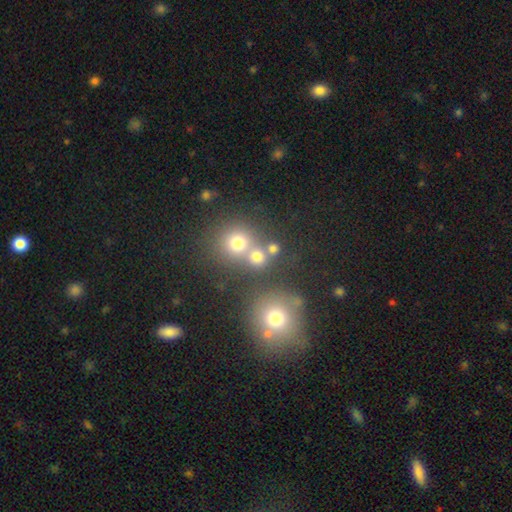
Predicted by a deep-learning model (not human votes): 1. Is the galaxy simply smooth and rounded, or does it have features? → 70% smooth, 19% star or artifact, 11% featured or disk.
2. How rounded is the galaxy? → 87% round, 12% in between, 1% cigar-shaped.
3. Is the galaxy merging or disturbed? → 55% none, 33% merger, 8% minor disturbance, 4% major disturbance.